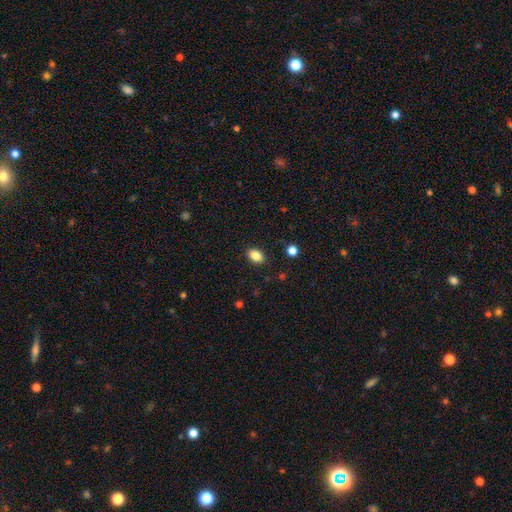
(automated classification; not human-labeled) Overall: smooth (86%). How rounded: in between (82%). Merging: none (89%).